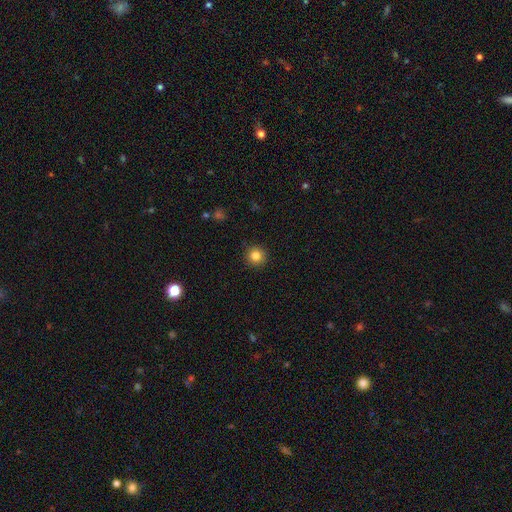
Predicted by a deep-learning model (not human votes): A smooth galaxy with no disk features (83%) that is round (95%).

Vote fractions:
- Smooth or featured? smooth: 83% / star or artifact: 11% / featured or disk: 6%
- How rounded? round: 95% / in between: 4% / cigar-shaped: 1%
- Merging? none: 92% / minor disturbance: 5% / major disturbance: 2% / merger: 1%